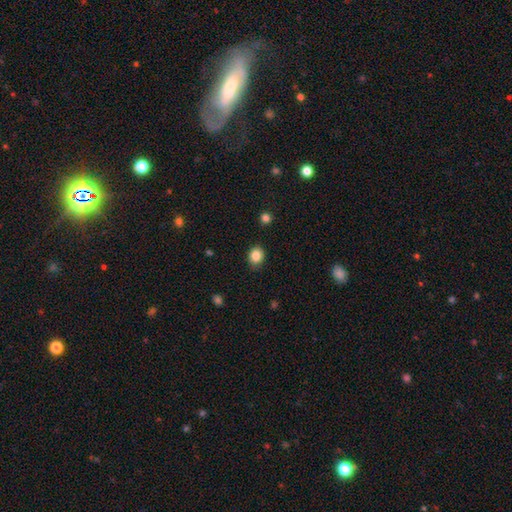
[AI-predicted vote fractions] Q: Smooth or featured?
A: smooth (85%); runner-up: star or artifact (10%)
Q: How rounded?
A: round (64%); runner-up: in between (36%)
Q: Merging?
A: none (85%); runner-up: minor disturbance (12%)